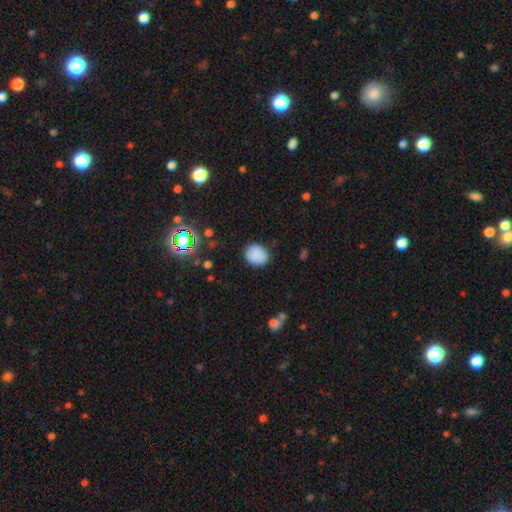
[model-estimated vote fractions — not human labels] smooth-or-featured: smooth: 85% | star or artifact: 10% | featured or disk: 5%
  how-rounded: round: 61% | in between: 38% | cigar-shaped: 1%
  merging: none: 81% | minor disturbance: 14% | major disturbance: 3% | merger: 2%